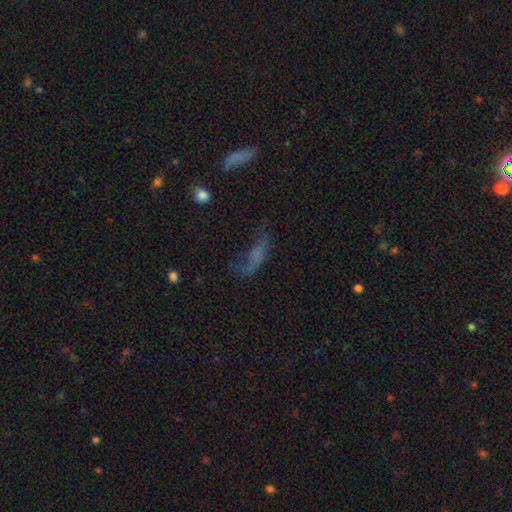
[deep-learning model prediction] smooth_or_featured: smooth (p=0.48) [alt: featured or disk p=0.32]
merging: none (p=0.37) [alt: major disturbance p=0.35]